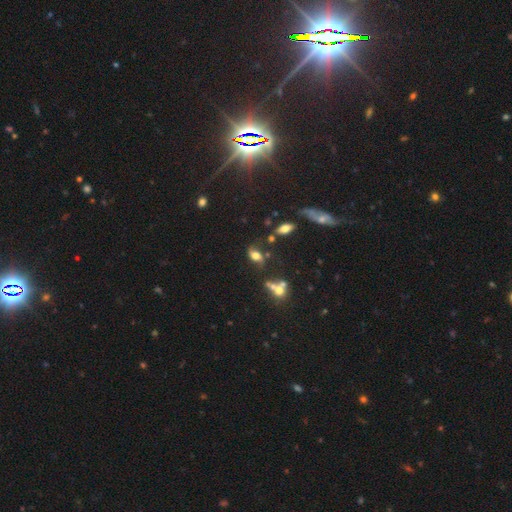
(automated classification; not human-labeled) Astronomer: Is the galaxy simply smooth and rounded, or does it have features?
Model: smooth — 56%.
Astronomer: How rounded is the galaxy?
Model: in between — 79%.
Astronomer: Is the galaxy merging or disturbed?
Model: none — 51%.